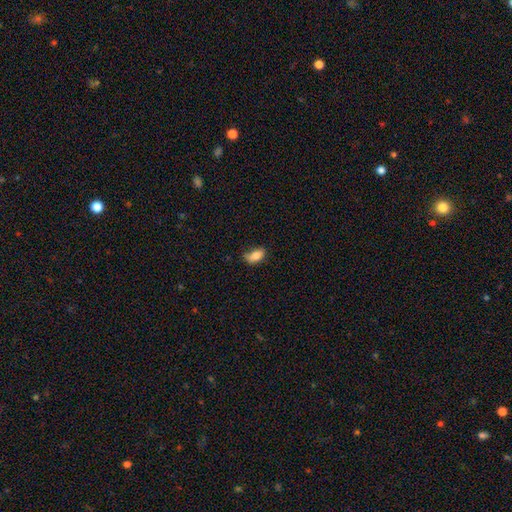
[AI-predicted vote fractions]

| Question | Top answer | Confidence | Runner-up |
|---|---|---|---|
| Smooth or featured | smooth | 84% | star or artifact (9%) |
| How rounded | in between | 89% | cigar-shaped (6%) |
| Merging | none | 56% | minor disturbance (33%) |